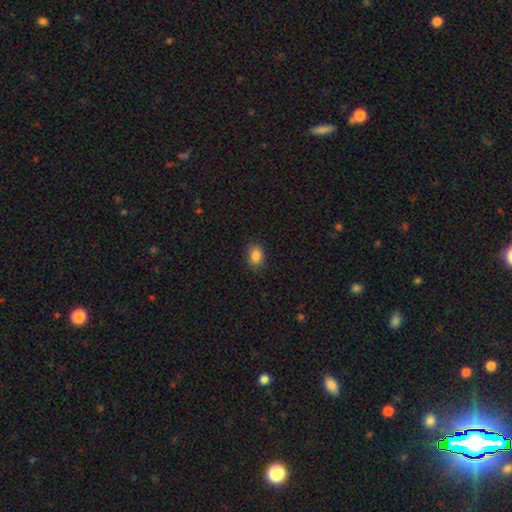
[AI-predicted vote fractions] smooth-or-featured: smooth: 86% | star or artifact: 9% | featured or disk: 5%
  how-rounded: in between: 73% | round: 26% | cigar-shaped: 1%
  merging: none: 86% | minor disturbance: 10% | major disturbance: 2% | merger: 1%